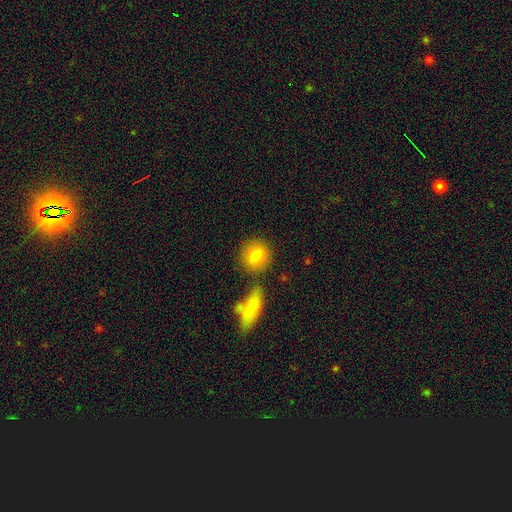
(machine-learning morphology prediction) smooth_or_featured: smooth (p=0.82) [alt: featured or disk p=0.10]
how_rounded: round (p=0.85) [alt: in between p=0.13]
merging: none (p=0.77) [alt: merger p=0.10]